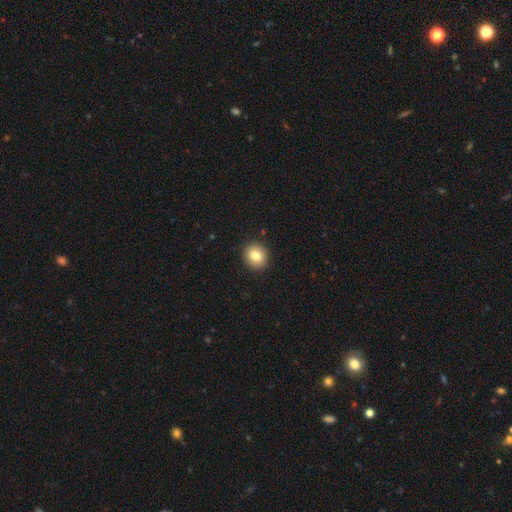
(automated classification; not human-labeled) A smooth galaxy with no disk features (81%) that is round (81%).

Vote fractions:
- Smooth or featured? smooth: 81% / featured or disk: 9% / star or artifact: 9%
- How rounded? round: 81% / in between: 18% / cigar-shaped: 1%
- Merging? none: 91% / minor disturbance: 6% / major disturbance: 2% / merger: 1%